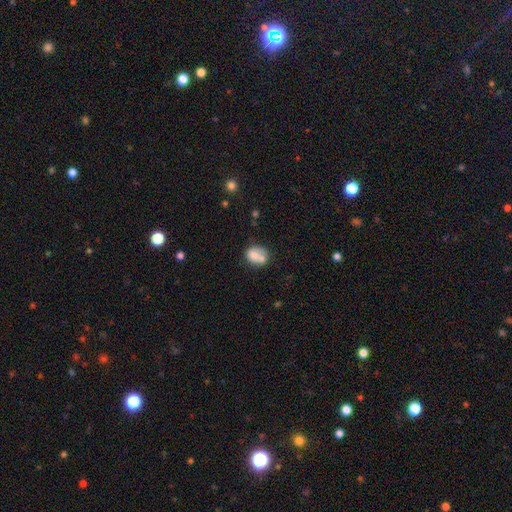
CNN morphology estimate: smooth_or_featured: smooth (p=0.72) [alt: featured or disk p=0.19]
how_rounded: round (p=0.52) [alt: in between p=0.47]
merging: none (p=0.38) [alt: merger p=0.37]